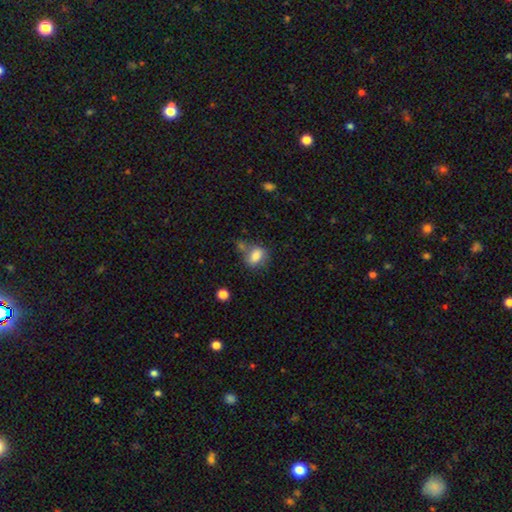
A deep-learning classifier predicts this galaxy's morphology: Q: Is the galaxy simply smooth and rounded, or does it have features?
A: smooth — 78%.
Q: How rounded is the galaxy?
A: in between — 70%.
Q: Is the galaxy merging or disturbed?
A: none — 51%.